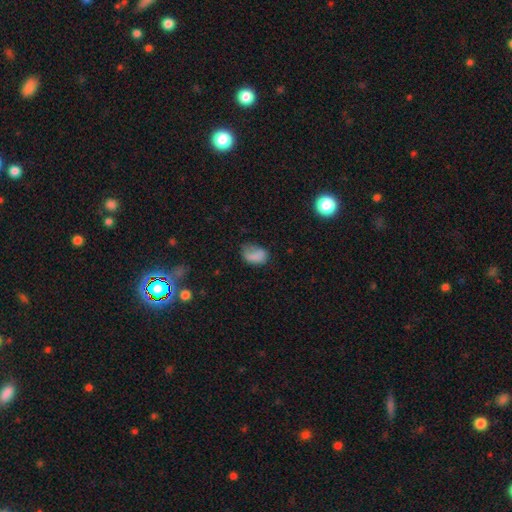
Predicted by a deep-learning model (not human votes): smooth-or-featured: smooth: 78% | featured or disk: 11% | star or artifact: 11%
  how-rounded: in between: 85% | round: 14% | cigar-shaped: 1%
  merging: none: 44% | minor disturbance: 34% | major disturbance: 19% | merger: 3%